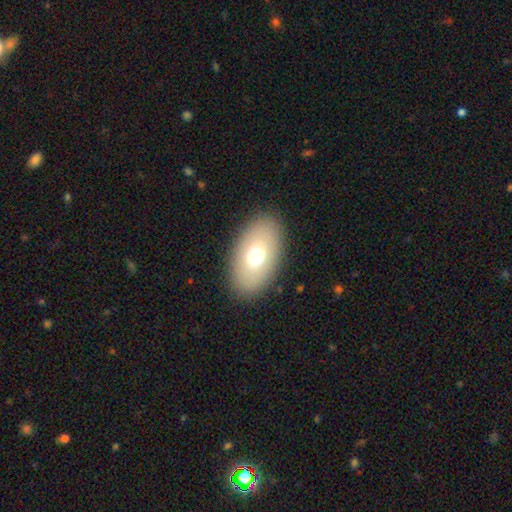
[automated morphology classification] smooth-or-featured: smooth: 70% | featured or disk: 20% | star or artifact: 10%
  how-rounded: in between: 91% | round: 8% | cigar-shaped: 1%
  merging: none: 88% | minor disturbance: 8% | major disturbance: 3% | merger: 1%